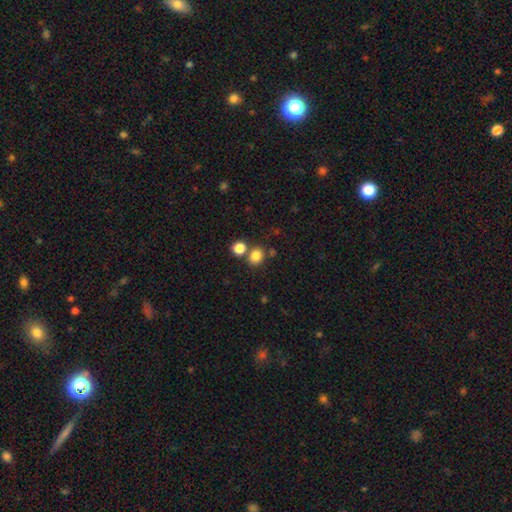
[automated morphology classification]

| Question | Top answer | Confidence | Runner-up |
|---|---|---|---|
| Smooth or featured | smooth | 81% | star or artifact (13%) |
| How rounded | round | 71% | in between (28%) |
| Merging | none | 67% | merger (21%) |